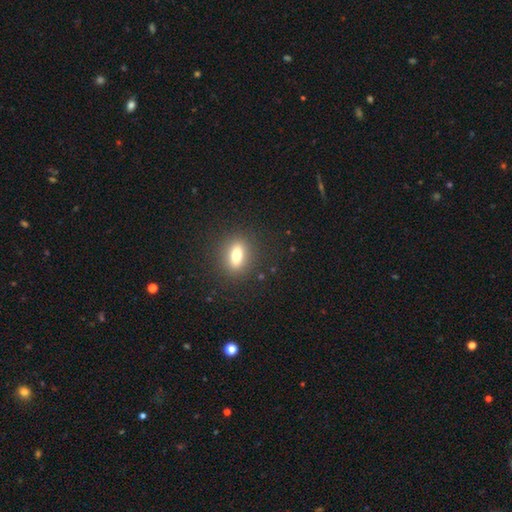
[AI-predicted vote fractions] Smooth or featured: smooth — 62% (star or artifact — 28%)
How rounded: round — 67% (in between — 31%)
Merging: none — 90% (minor disturbance — 6%)